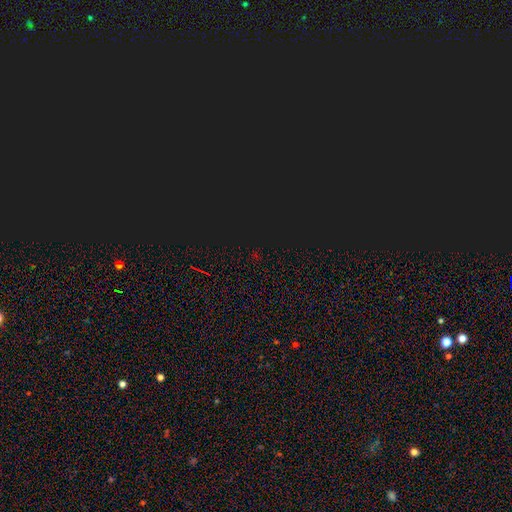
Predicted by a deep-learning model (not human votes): A star or artifact, not a galaxy (80%).